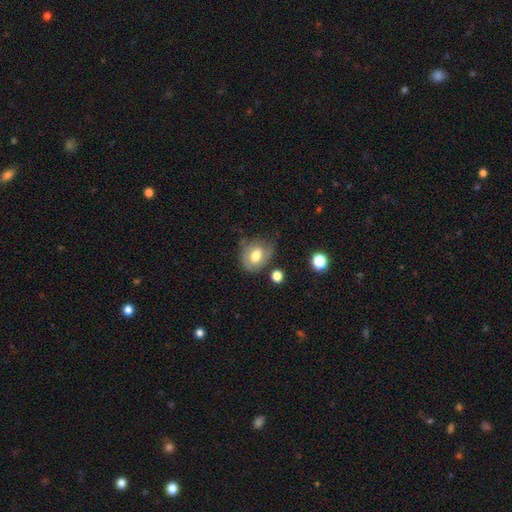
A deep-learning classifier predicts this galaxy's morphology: This appears to be a smooth galaxy with no disk features (54%) that is in between round and cigar-shaped (57%). Merging: none (48%).